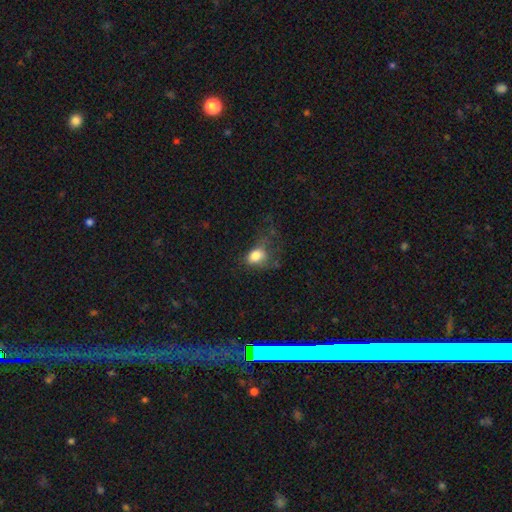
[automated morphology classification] A smooth galaxy with no disk features (78%) that is in between round and cigar-shaped (65%).

Vote fractions:
- Smooth or featured? smooth: 78% / featured or disk: 11% / star or artifact: 11%
- How rounded? in between: 65% / round: 34% / cigar-shaped: 1%
- Merging? none: 37% / major disturbance: 34% / minor disturbance: 27% / merger: 3%